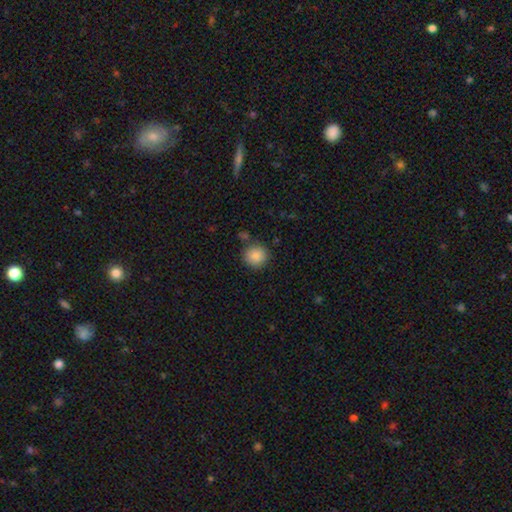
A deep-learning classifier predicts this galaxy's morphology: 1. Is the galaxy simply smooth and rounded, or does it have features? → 87% smooth, 9% star or artifact, 4% featured or disk.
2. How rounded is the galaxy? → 91% round, 8% in between, 1% cigar-shaped.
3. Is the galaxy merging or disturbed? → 84% none, 9% minor disturbance, 4% merger, 3% major disturbance.